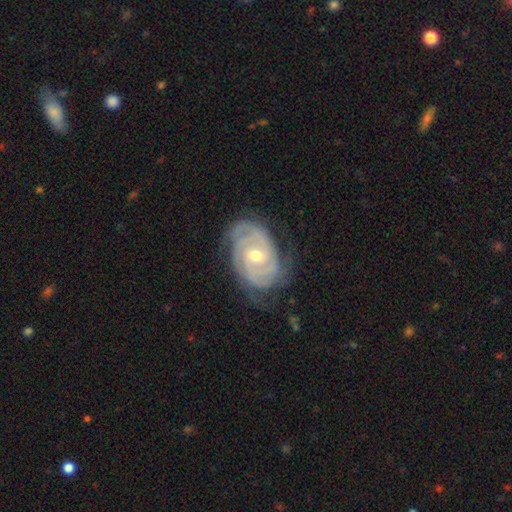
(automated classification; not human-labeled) Q: Smooth or featured?
A: featured or disk (88%); runner-up: smooth (7%)
Q: Edge-on disk?
A: no (96%); runner-up: yes (4%)
Q: Bar?
A: no (56%); runner-up: weak (35%)
Q: Spiral arms?
A: yes (96%); runner-up: no (4%)
Q: Spiral winding?
A: tight (75%); runner-up: medium (20%)
Q: Spiral arm count?
A: can't tell (28%); runner-up: 3 (27%)
Q: Bulge size?
A: moderate (57%); runner-up: small (40%)
Q: Merging?
A: none (71%); runner-up: minor disturbance (21%)